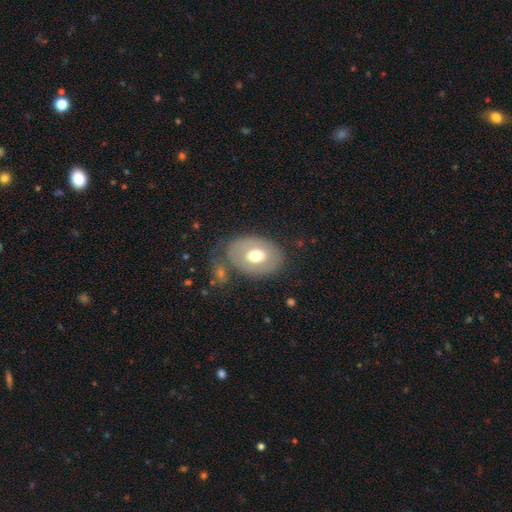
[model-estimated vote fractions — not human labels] This appears to be a smooth galaxy with no disk features (54%) that is in between round and cigar-shaped (74%). Merging: none (67%).